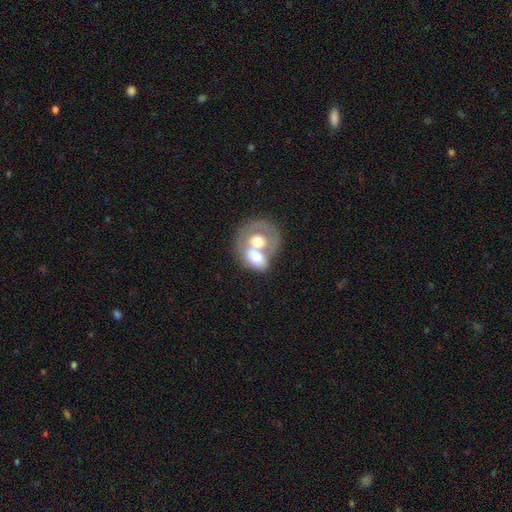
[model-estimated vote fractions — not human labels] Smooth or featured? smooth (52%)
How rounded? in between (51%)
Merging? merger (59%)